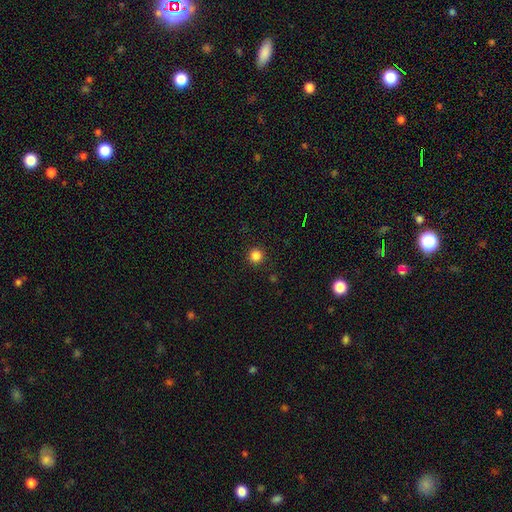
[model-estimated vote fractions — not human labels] A smooth galaxy with no disk features (84%) that is round (96%).

Vote fractions:
- Smooth or featured? smooth: 84% / star or artifact: 12% / featured or disk: 3%
- How rounded? round: 96% / in between: 3% / cigar-shaped: 1%
- Merging? none: 92% / minor disturbance: 5% / major disturbance: 2% / merger: 1%